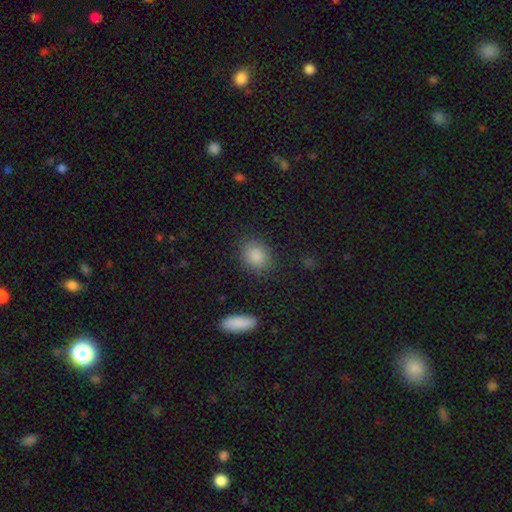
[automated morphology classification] Smooth or featured? smooth (87%)
How rounded? in between (61%)
Merging? none (86%)